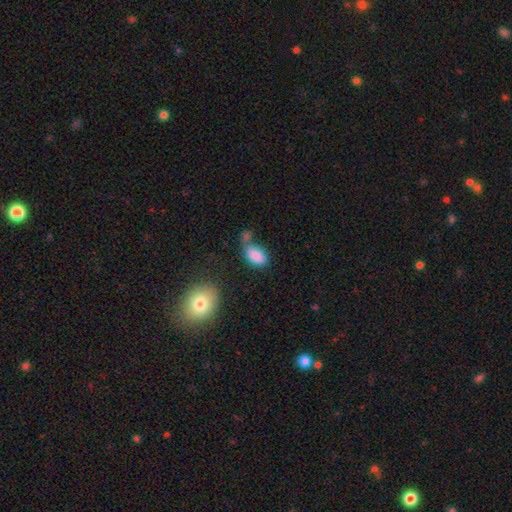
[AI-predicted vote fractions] smooth-or-featured: smooth: 85% | star or artifact: 9% | featured or disk: 7%
  how-rounded: in between: 92% | round: 6% | cigar-shaped: 2%
  merging: none: 44% | merger: 27% | minor disturbance: 20% | major disturbance: 9%